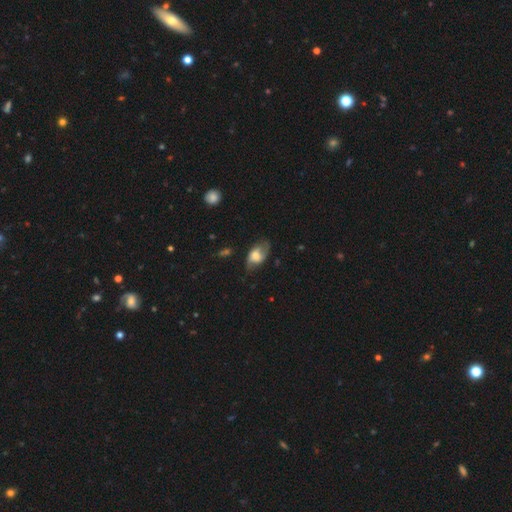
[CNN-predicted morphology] A smooth galaxy with no disk features (52%) that is in between round and cigar-shaped (88%). Merging: none (56%).